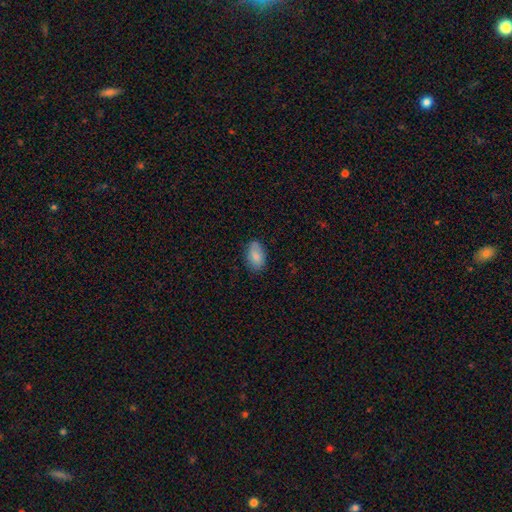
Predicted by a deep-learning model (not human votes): A smooth galaxy with no disk features (85%) that is in between round and cigar-shaped (92%).

Vote fractions:
- Smooth or featured? smooth: 85% / featured or disk: 8% / star or artifact: 7%
- How rounded? in between: 92% / round: 6% / cigar-shaped: 2%
- Merging? none: 80% / minor disturbance: 16% / major disturbance: 3% / merger: 1%